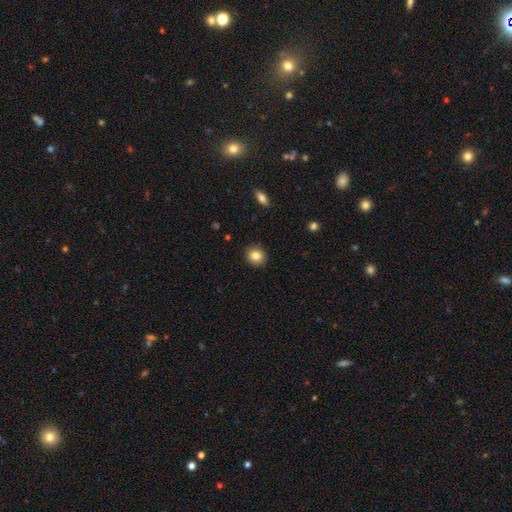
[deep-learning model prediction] Morphology: type=smooth (83%); roundness=round (82%); merging=none (91%).